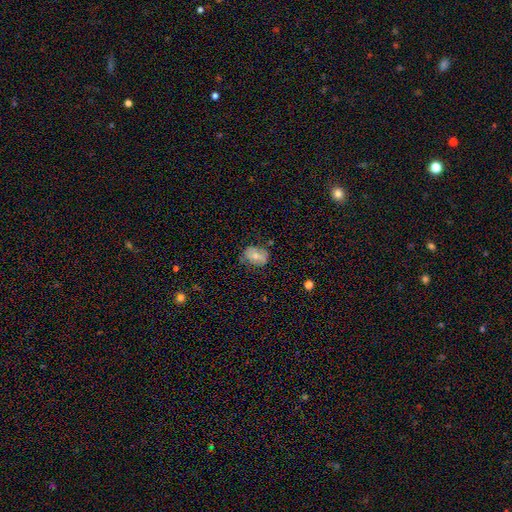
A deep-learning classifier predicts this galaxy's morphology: The model was most divided on "merging": none: 64%, minor disturbance: 27%, major disturbance: 7%, merger: 2%. More confident: how rounded — in between (71%); smooth or featured — smooth (66%).